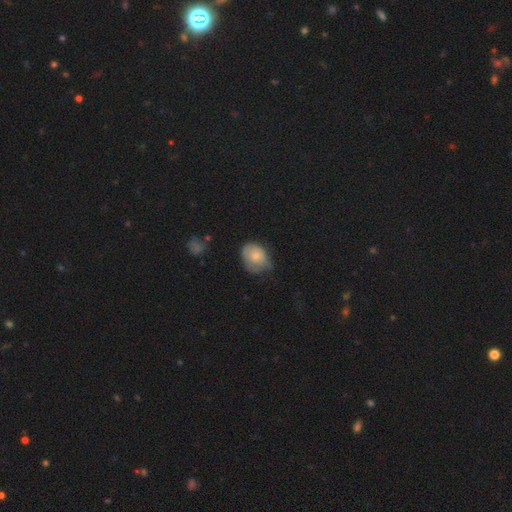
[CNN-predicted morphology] A smooth galaxy with no disk features (72%) that is in between round and cigar-shaped (59%).

Vote fractions:
- Smooth or featured? smooth: 72% / featured or disk: 20% / star or artifact: 8%
- How rounded? in between: 59% / round: 40% / cigar-shaped: 1%
- Merging? minor disturbance: 43% / none: 40% / major disturbance: 15% / merger: 2%